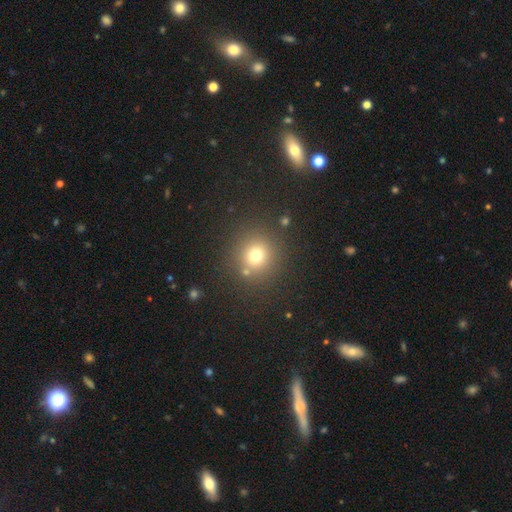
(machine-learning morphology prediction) A smooth galaxy with no disk features (73%) that is round (90%).

Vote fractions:
- Smooth or featured? smooth: 73% / star or artifact: 18% / featured or disk: 9%
- How rounded? round: 90% / in between: 9% / cigar-shaped: 1%
- Merging? none: 83% / minor disturbance: 8% / merger: 6% / major disturbance: 4%